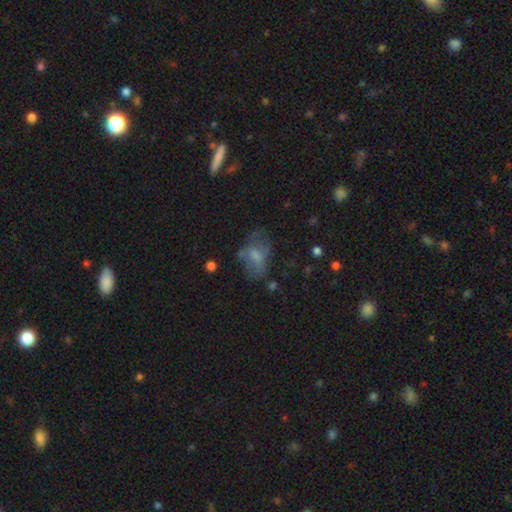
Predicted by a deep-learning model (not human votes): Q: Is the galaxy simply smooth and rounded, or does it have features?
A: smooth — 45%.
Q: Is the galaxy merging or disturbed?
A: none — 50%.